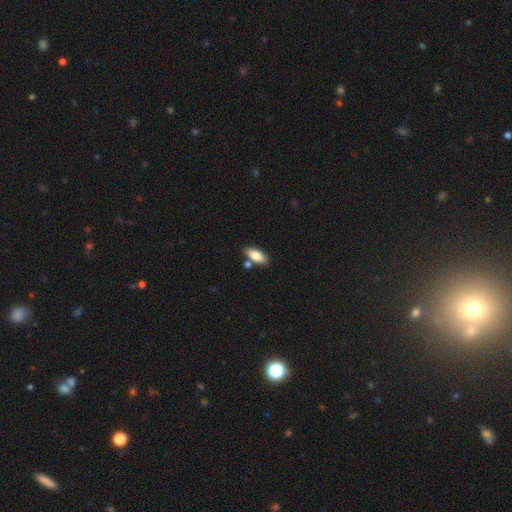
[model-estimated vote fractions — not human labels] Smooth or featured?
  - smooth: 80% *
  - featured or disk: 13%
  - star or artifact: 7%
How rounded?
  - in between: 83% *
  - cigar-shaped: 14%
  - round: 3%
Merging?
  - none: 74% *
  - minor disturbance: 12%
  - merger: 11%
  - major disturbance: 3%